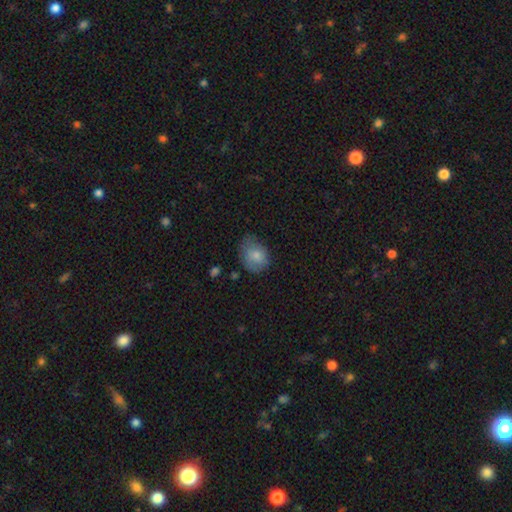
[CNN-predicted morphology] smooth_or_featured: smooth (p=0.79) [alt: featured or disk p=0.13]
how_rounded: in between (p=0.56) [alt: round p=0.43]
merging: none (p=0.54) [alt: minor disturbance p=0.33]